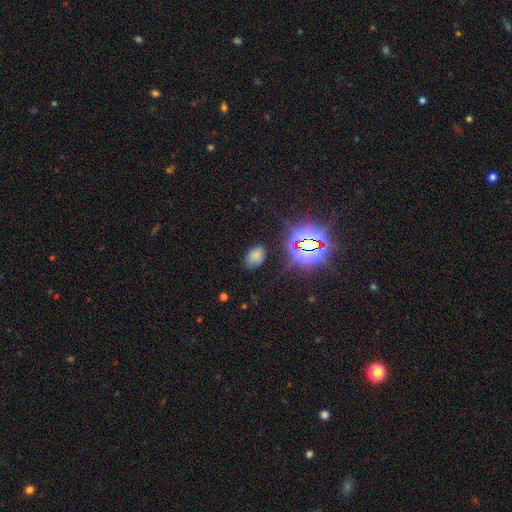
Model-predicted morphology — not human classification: Smooth or featured? Predicted: smooth (p=0.64). How rounded? Predicted: in between (p=0.89). Merging? Predicted: none (p=0.77).